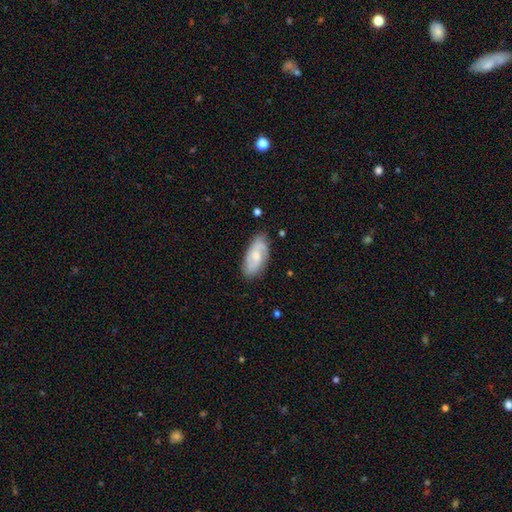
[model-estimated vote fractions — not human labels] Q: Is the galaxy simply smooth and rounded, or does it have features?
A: featured or disk — 59%.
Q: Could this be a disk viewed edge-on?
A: no — 93%.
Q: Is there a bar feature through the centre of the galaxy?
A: no — 58%.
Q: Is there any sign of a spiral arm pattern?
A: yes — 90%.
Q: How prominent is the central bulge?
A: moderate — 46%.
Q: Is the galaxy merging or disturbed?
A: none — 77%.